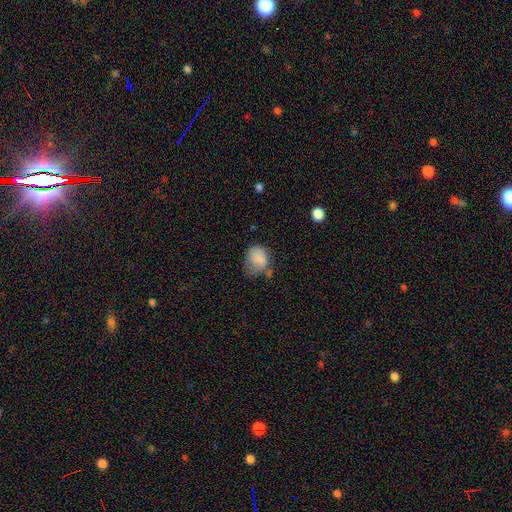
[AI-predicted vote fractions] A smooth galaxy with no disk features (81%) that is round (52%).

Vote fractions:
- Smooth or featured? smooth: 81% / featured or disk: 10% / star or artifact: 8%
- How rounded? round: 52% / in between: 47% / cigar-shaped: 1%
- Merging? minor disturbance: 38% (tied) / none: 38% (tied) / major disturbance: 19% / merger: 5%